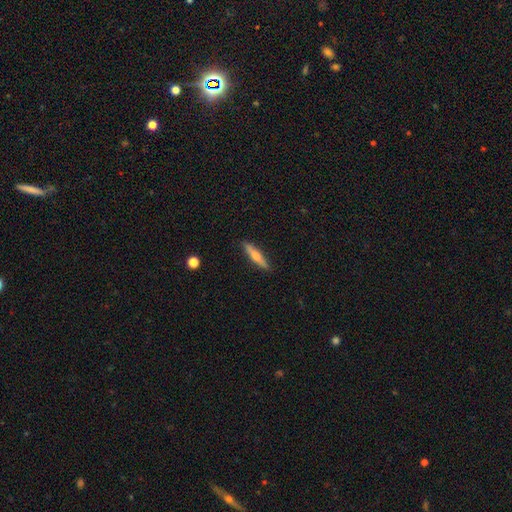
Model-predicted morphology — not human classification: The model was most divided on "smooth or featured": smooth: 49%, featured or disk: 45%, star or artifact: 6%. More confident: merging — none (89%).